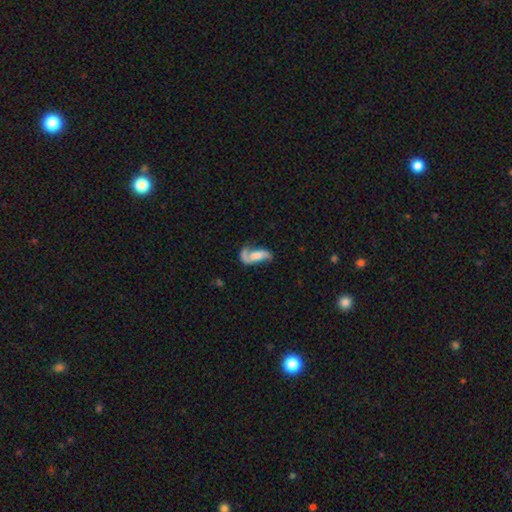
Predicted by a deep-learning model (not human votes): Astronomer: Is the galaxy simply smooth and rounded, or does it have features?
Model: featured or disk — 67%.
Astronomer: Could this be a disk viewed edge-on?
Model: no — 94%.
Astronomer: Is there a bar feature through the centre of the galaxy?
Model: no — 53% (runner-up: weak, 31%).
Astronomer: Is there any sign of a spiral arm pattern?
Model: yes — 85%.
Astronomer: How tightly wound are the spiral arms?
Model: loose — 62%.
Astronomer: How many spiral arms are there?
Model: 2 — 74%.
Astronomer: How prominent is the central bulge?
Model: moderate — 35% (runner-up: small, 32%).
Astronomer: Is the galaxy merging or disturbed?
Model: none — 38% (runner-up: major disturbance, 25%).